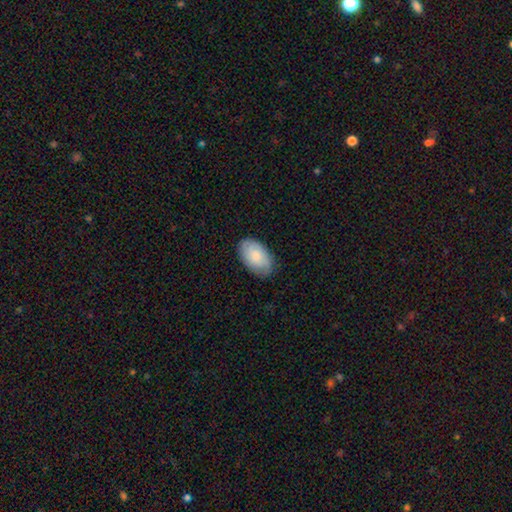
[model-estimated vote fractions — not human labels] This is likely a smooth galaxy (80%). How rounded: clearly in between (94%). Merging: clearly none (81%).